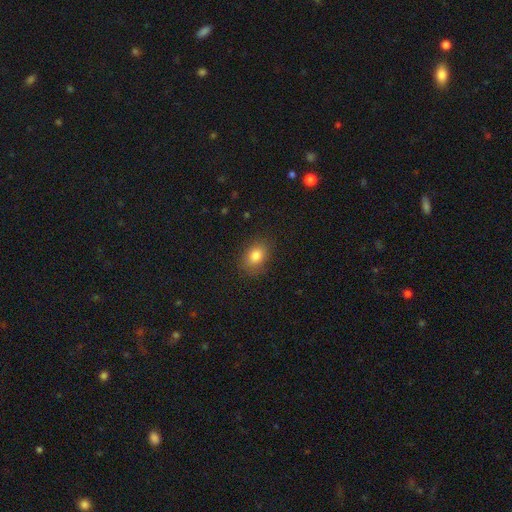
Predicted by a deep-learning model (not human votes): Smooth or featured? smooth (83%)
How rounded? in between (65%)
Merging? none (83%)